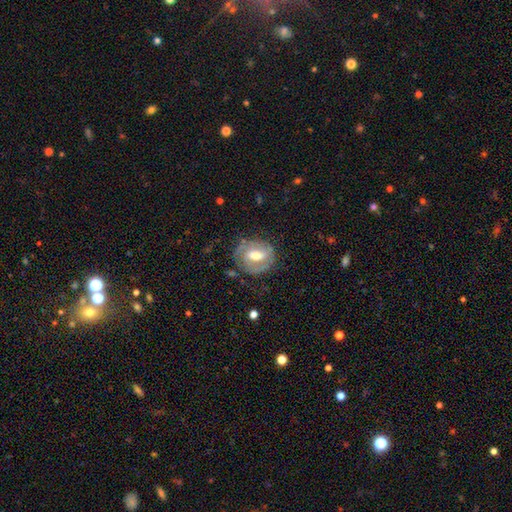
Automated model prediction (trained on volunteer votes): Morphology: type=featured or disk (70%); edge-on=no (96%); bar=weak (48%); spiral arms=yes (77%); winding=tight (52%); arm count=2 (61%); bulge=moderate (67%); merging=none (70%).